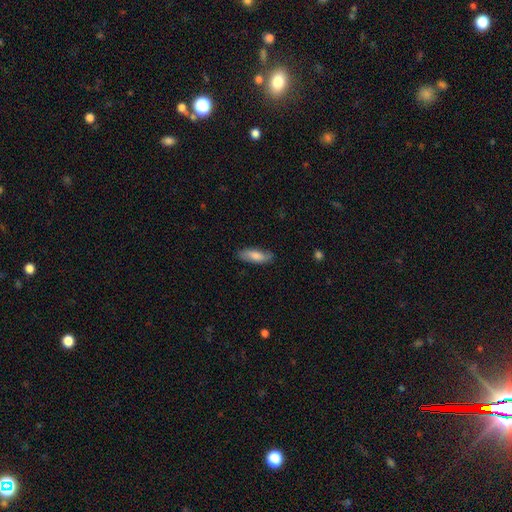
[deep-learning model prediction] Morphology: type=smooth (77%); roundness=in between (61%); merging=none (79%).